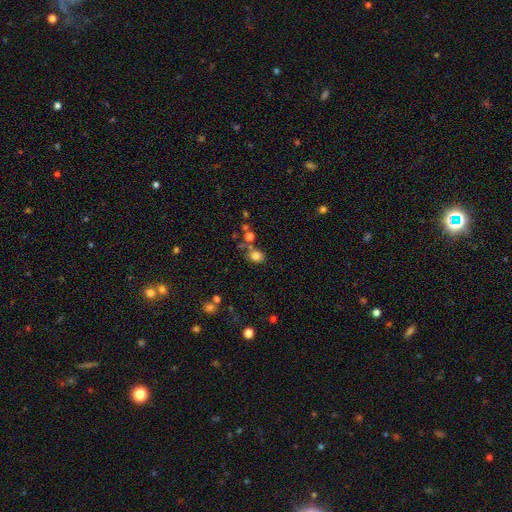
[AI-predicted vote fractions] smooth_or_featured: smooth (p=0.79) [alt: star or artifact p=0.14]
how_rounded: round (p=0.59) [alt: in between p=0.40]
merging: none (p=0.67) [alt: minor disturbance p=0.14]